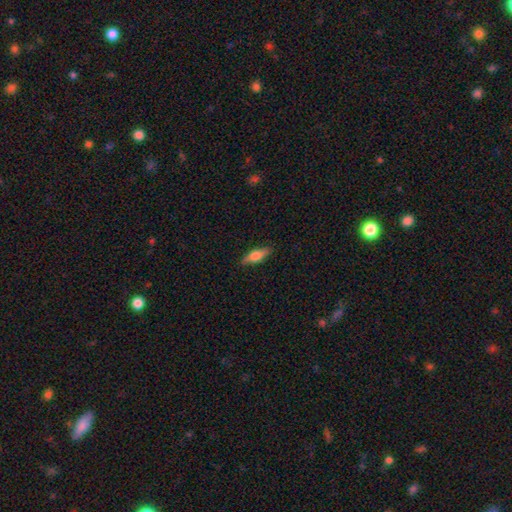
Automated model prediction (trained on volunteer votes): Smooth or featured: smooth — 65% (featured or disk — 28%)
How rounded: in between — 58% (cigar-shaped — 39%)
Merging: none — 85% (minor disturbance — 12%)